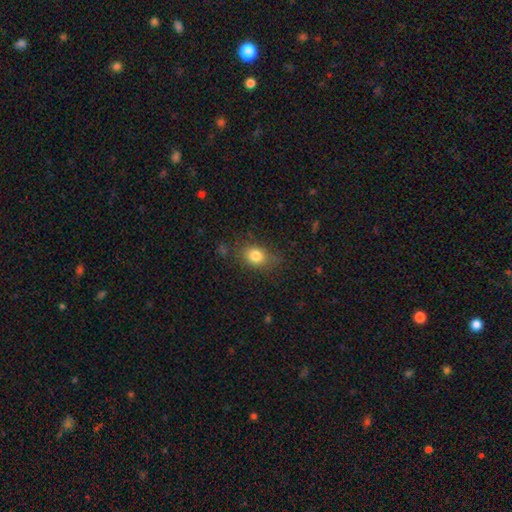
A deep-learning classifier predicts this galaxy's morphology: smooth_or_featured: smooth (p=0.81) [alt: star or artifact p=0.10]
how_rounded: in between (p=0.58) [alt: round p=0.40]
merging: none (p=0.72) [alt: minor disturbance p=0.20]